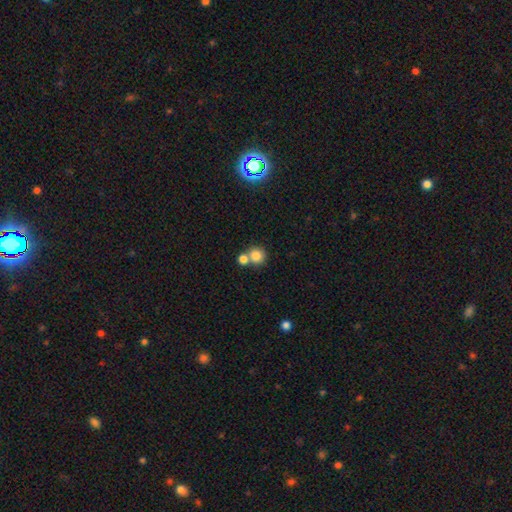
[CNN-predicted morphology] This appears to be a smooth galaxy with no disk features (83%) that is round (90%). Merging: none (52%).